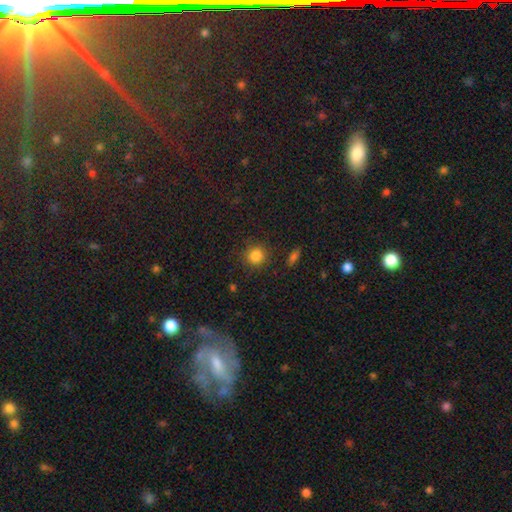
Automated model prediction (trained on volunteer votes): Q: Smooth or featured?
A: smooth (83%); runner-up: star or artifact (12%)
Q: How rounded?
A: round (90%); runner-up: in between (9%)
Q: Merging?
A: none (86%); runner-up: minor disturbance (9%)